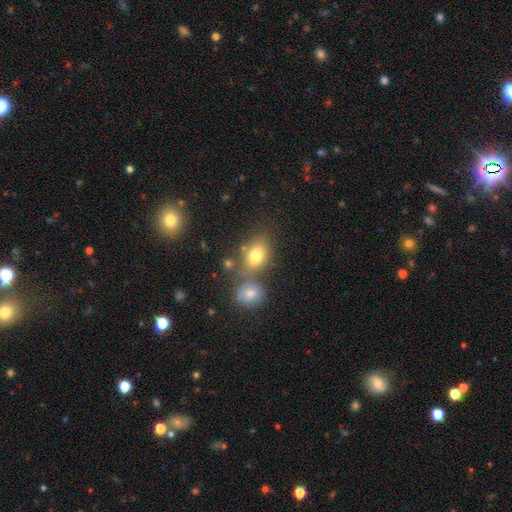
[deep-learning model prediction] A smooth galaxy with no disk features (77%) that is in between round and cigar-shaped (77%).

Vote fractions:
- Smooth or featured? smooth: 77% / featured or disk: 12% / star or artifact: 11%
- How rounded? in between: 77% / round: 21% / cigar-shaped: 2%
- Merging? none: 52% / merger: 29% / minor disturbance: 13% / major disturbance: 5%